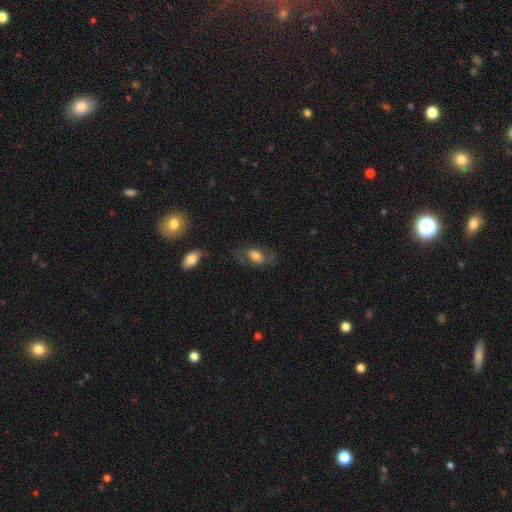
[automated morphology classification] The model was most divided on "smooth or featured": smooth: 63%, featured or disk: 28%, star or artifact: 8%. More confident: how rounded — in between (88%); merging — none (57%).